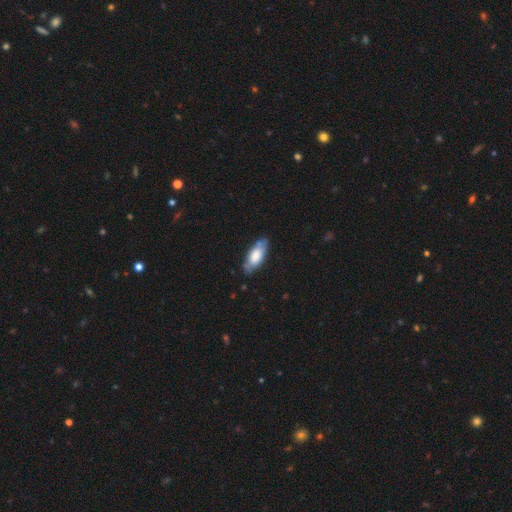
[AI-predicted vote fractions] smooth-or-featured: smooth: 66% | featured or disk: 28% | star or artifact: 6%
  how-rounded: in between: 78% | cigar-shaped: 20% | round: 2%
  merging: none: 74% | minor disturbance: 20% | major disturbance: 4% | merger: 2%